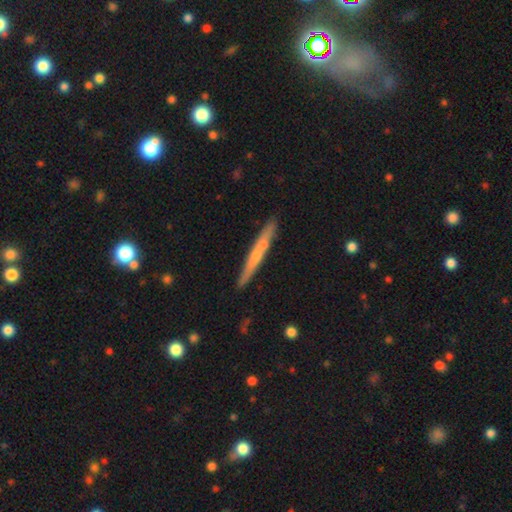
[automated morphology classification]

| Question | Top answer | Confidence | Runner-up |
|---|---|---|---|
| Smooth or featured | featured or disk | 60% | smooth (32%) |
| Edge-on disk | yes | 95% | no (5%) |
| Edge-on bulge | rounded | 55% | none (40%) |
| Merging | none | 85% | minor disturbance (10%) |